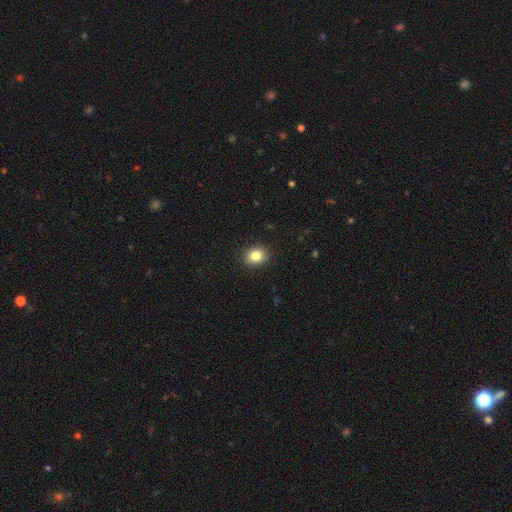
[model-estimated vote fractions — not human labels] A smooth galaxy with no disk features (82%) that is round (62%). Merging: none (90%).